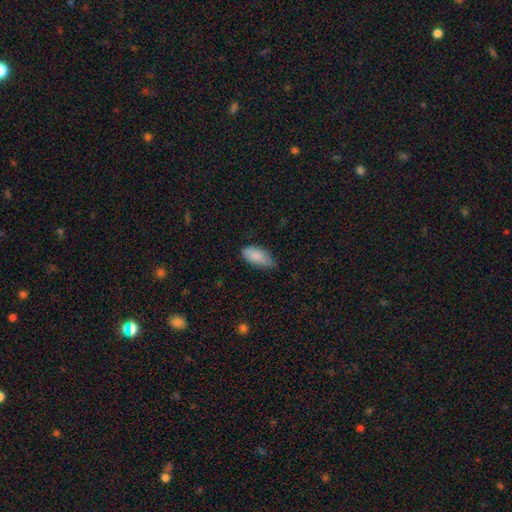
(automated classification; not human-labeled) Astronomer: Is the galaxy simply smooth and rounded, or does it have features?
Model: smooth — 85%.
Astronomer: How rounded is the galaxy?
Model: in between — 91%.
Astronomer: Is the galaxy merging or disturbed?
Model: none — 54% (runner-up: minor disturbance, 38%).